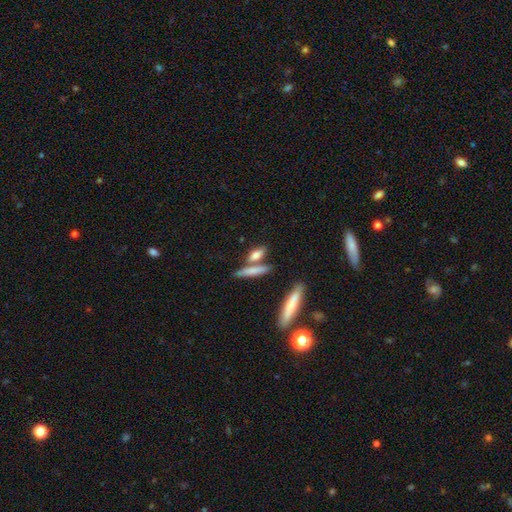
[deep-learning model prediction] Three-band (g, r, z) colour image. It shows a smooth galaxy with no disk features (72%) that is cigar-shaped (58%). Merging: none (56%).